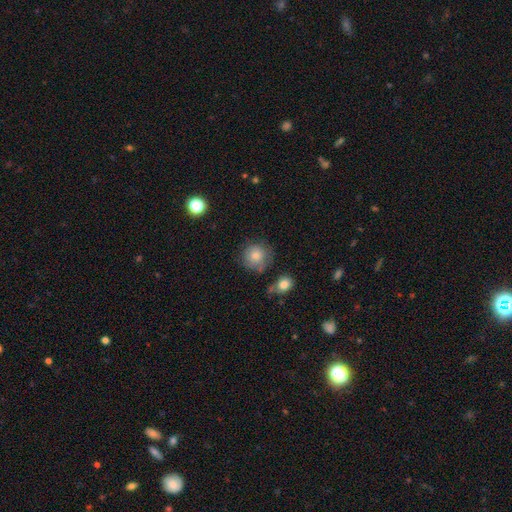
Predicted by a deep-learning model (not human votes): Smooth or featured? Predicted: smooth (p=0.79). How rounded? Predicted: round (p=0.90). Merging? Predicted: none (p=0.65).